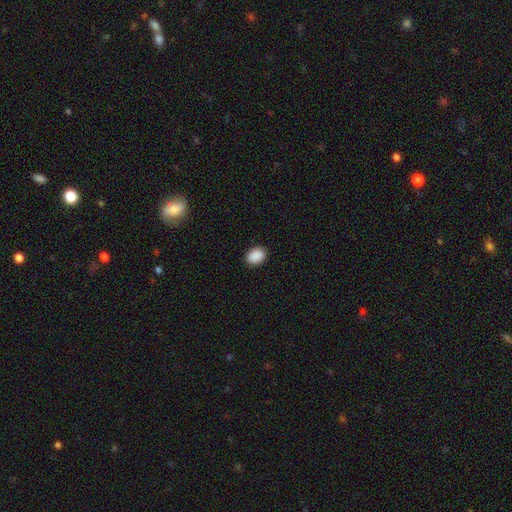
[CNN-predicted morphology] A smooth galaxy with no disk features (90%) that is in between round and cigar-shaped (70%). Merging: none (89%).